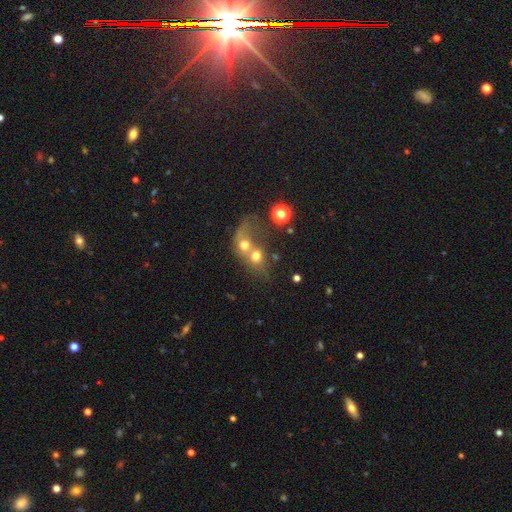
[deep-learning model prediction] Smooth or featured? smooth (60%)
How rounded? round (65%)
Merging? merger (72%)